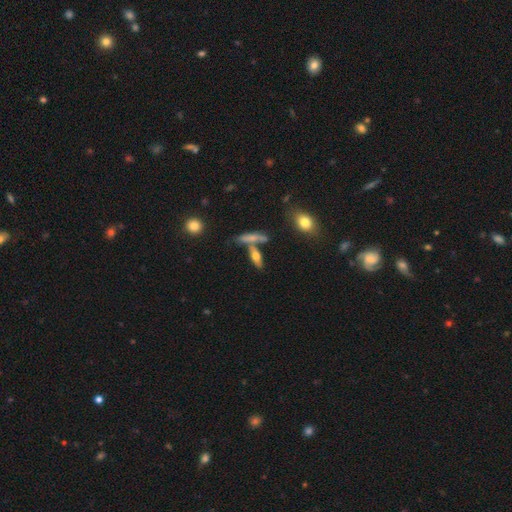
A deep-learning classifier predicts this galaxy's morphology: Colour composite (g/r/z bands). It shows a smooth galaxy with no disk features (53%) that is cigar-shaped (52%). Merging: none (53%).